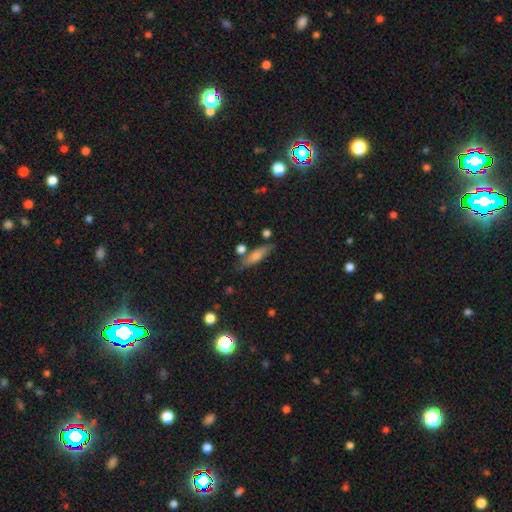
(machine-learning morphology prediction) This is possibly a smooth galaxy (56%). How rounded: likely cigar-shaped (67%). Merging: likely none (73%).